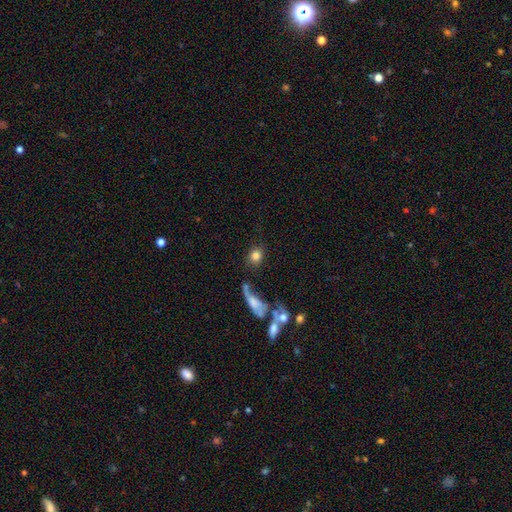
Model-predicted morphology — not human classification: The model was most divided on "how rounded": round: 69%, in between: 29%, cigar-shaped: 3%. More confident: smooth or featured — smooth (81%); merging — none (70%).